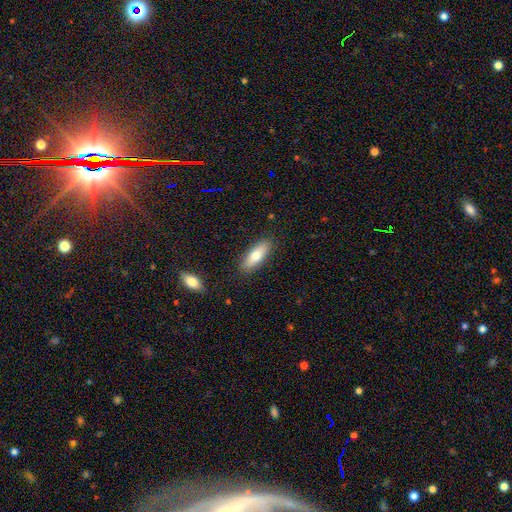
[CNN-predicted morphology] Smooth or featured? smooth (73%)
How rounded? in between (61%)
Merging? none (87%)